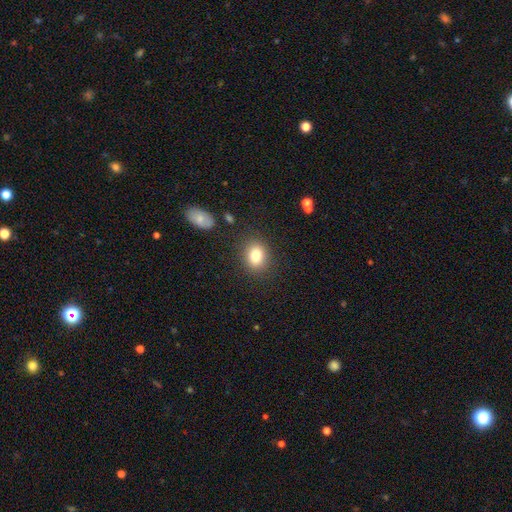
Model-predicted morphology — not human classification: type=smooth (80%); roundness=round (52%); merging=none (85%).